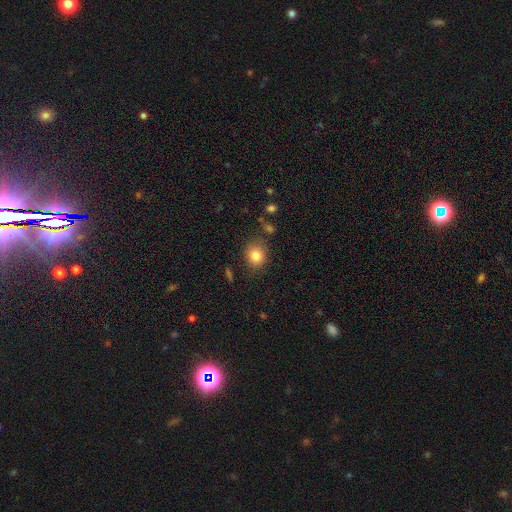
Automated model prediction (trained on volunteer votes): Overall: smooth (82%). How rounded: round (69%; in between 30%). Merging: none (80%).